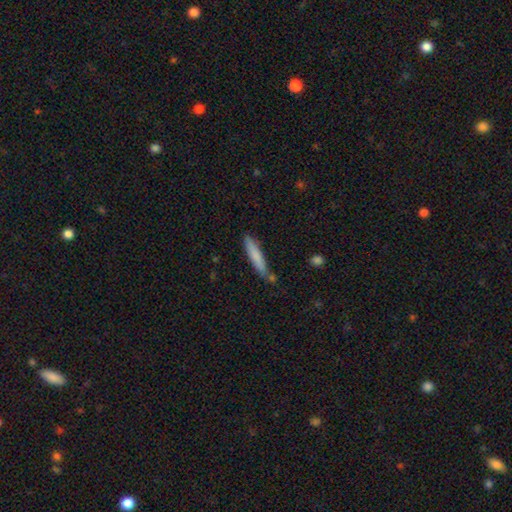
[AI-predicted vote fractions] A smooth galaxy with no disk features (77%) that is cigar-shaped (90%).

Vote fractions:
- Smooth or featured? smooth: 77% / featured or disk: 17% / star or artifact: 6%
- How rounded? cigar-shaped: 90% / in between: 8% / round: 1%
- Merging? none: 72% / minor disturbance: 17% / merger: 7% / major disturbance: 3%